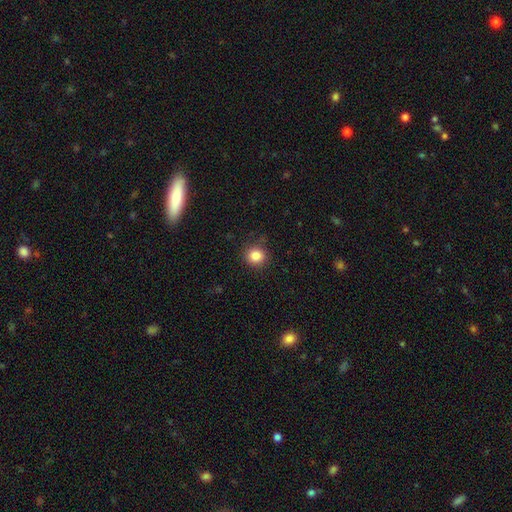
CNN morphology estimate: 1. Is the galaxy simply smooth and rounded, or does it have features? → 84% smooth, 11% star or artifact, 5% featured or disk.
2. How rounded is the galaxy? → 91% round, 9% in between, 1% cigar-shaped.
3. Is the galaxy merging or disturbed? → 86% none, 10% minor disturbance, 3% major disturbance, 1% merger.